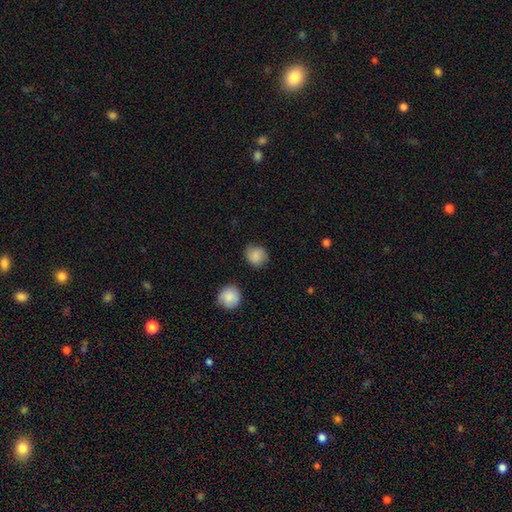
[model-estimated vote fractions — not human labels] Morphology: type=smooth (86%); roundness=round (83%); merging=none (80%).